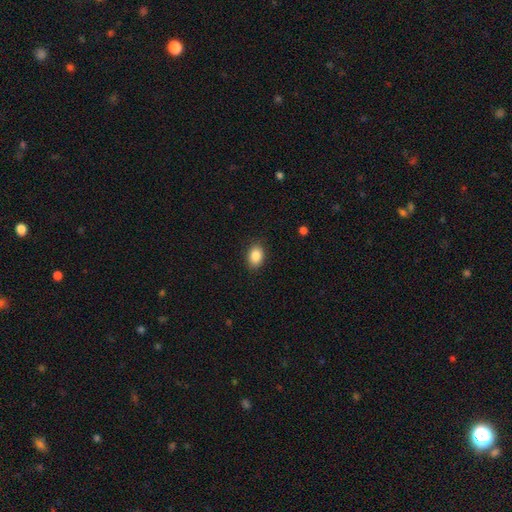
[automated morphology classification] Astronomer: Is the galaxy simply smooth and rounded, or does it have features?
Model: smooth — 87%.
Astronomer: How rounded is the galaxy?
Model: in between — 78%.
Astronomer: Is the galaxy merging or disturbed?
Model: none — 87%.